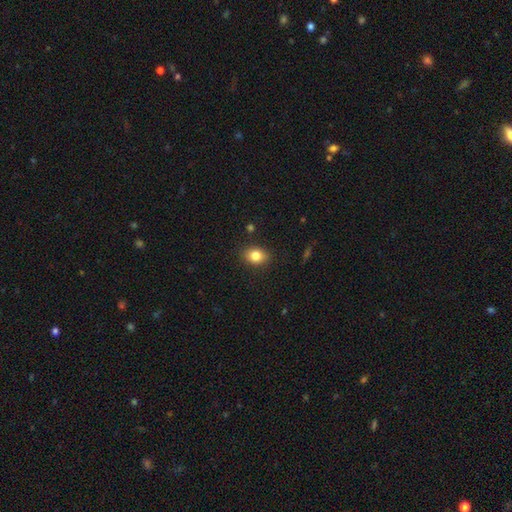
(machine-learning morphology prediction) The model was most divided on "how rounded": in between: 64%, round: 35%, cigar-shaped: 1%. More confident: merging — none (88%); smooth or featured — smooth (83%).